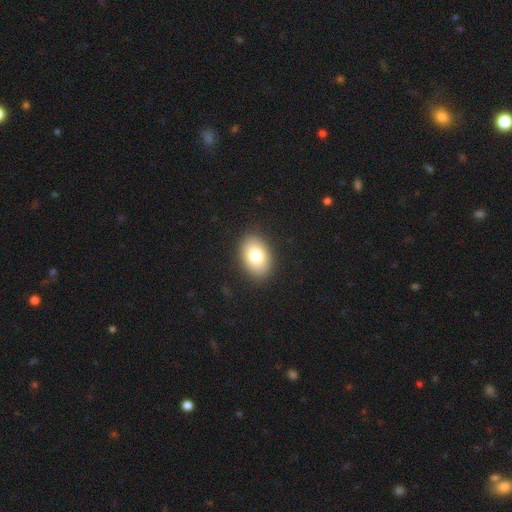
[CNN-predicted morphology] A smooth galaxy with no disk features (78%) that is in between round and cigar-shaped (85%).

Vote fractions:
- Smooth or featured? smooth: 78% / featured or disk: 14% / star or artifact: 8%
- How rounded? in between: 85% / round: 14% / cigar-shaped: 1%
- Merging? none: 89% / minor disturbance: 8% / major disturbance: 2% / merger: 1%